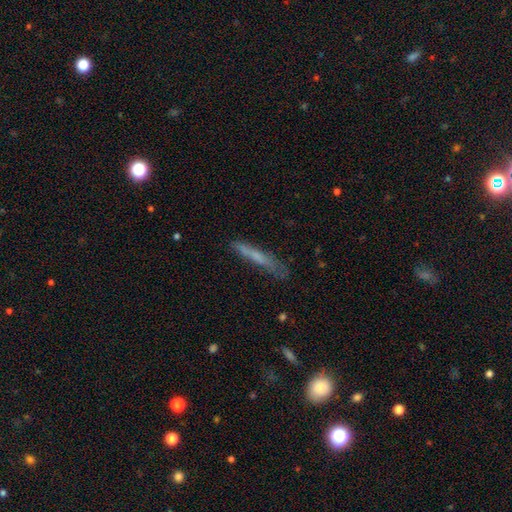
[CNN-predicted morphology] smooth 56%, featured or disk 36%, star or artifact 8%. Down the decision tree: how rounded — cigar-shaped (93%); merging — none (68%).